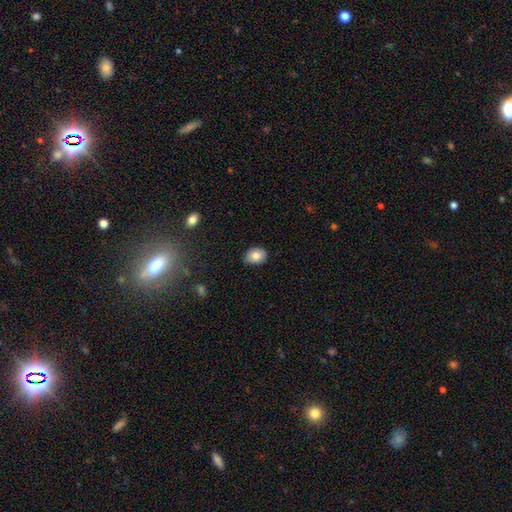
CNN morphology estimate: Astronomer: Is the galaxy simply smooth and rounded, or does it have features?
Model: smooth — 77%.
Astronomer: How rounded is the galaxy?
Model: in between — 69%.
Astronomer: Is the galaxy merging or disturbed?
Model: none — 79%.